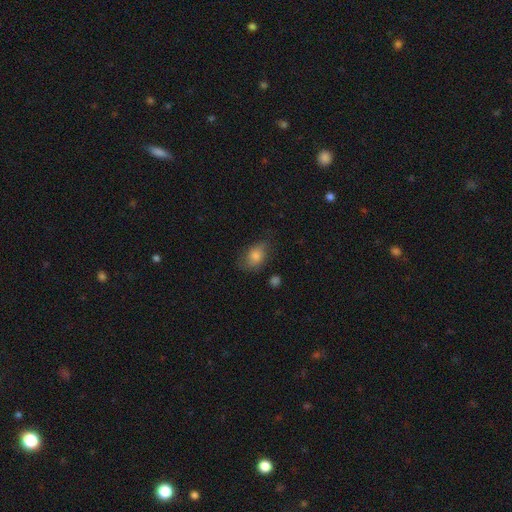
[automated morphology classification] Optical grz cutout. It shows a smooth galaxy with no disk features (77%) that is in between round and cigar-shaped (80%). Merging: none (65%).